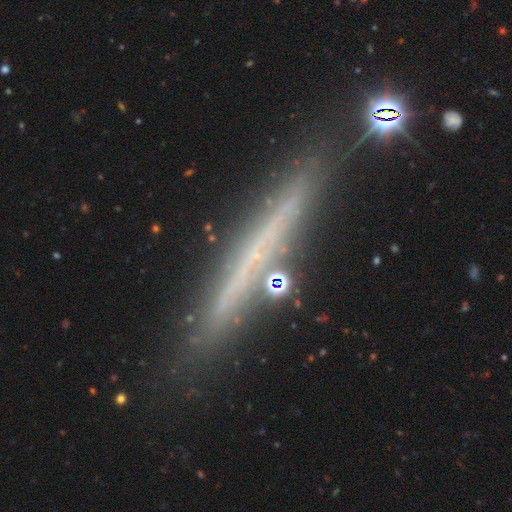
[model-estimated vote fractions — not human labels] The model was most divided on "smooth or featured": featured or disk: 61%, smooth: 30%, star or artifact: 9%. More confident: edge-on disk — yes (96%); edge-on bulge — none (89%); merging — none (84%).